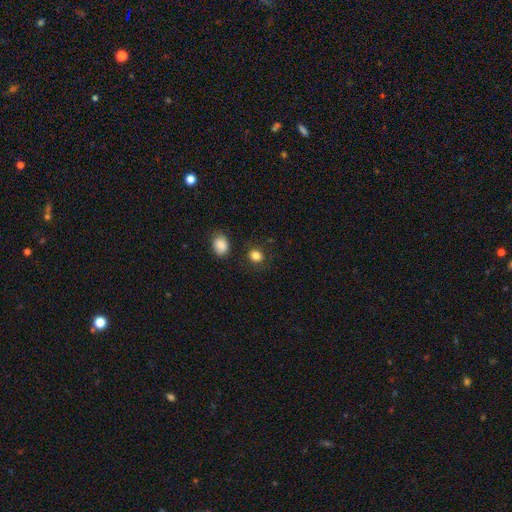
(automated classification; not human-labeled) smooth 84%, star or artifact 11%, featured or disk 4%. Down the decision tree: how rounded — round (67%); merging — none (82%).